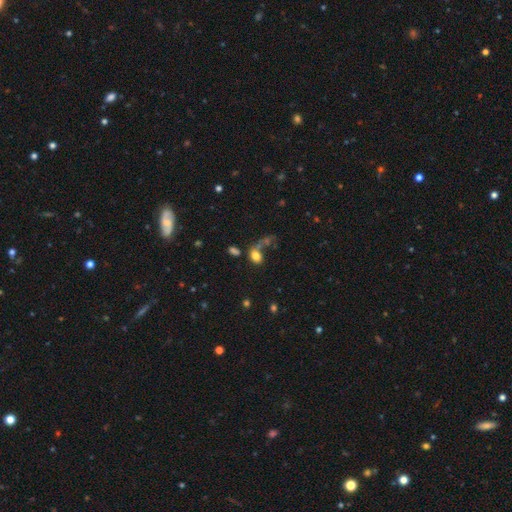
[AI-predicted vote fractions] Smooth or featured?
  - smooth: 74% *
  - star or artifact: 13%
  - featured or disk: 13%
How rounded?
  - in between: 73% *
  - round: 25%
  - cigar-shaped: 2%
Merging?
  - none: 39% *
  - merger: 29%
  - major disturbance: 18%
  - minor disturbance: 14%